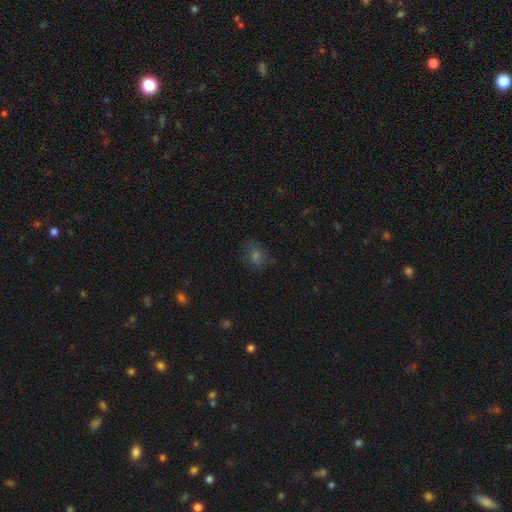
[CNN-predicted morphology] Smooth or featured? smooth (55%)
How rounded? round (56%)
Merging? none (74%)